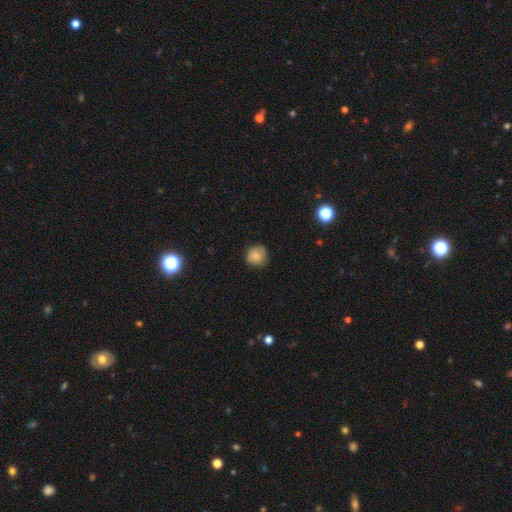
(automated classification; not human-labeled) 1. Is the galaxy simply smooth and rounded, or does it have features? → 79% smooth, 11% featured or disk, 10% star or artifact.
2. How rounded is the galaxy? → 89% round, 10% in between, 1% cigar-shaped.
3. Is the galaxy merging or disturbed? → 78% none, 18% minor disturbance, 3% major disturbance, 1% merger.